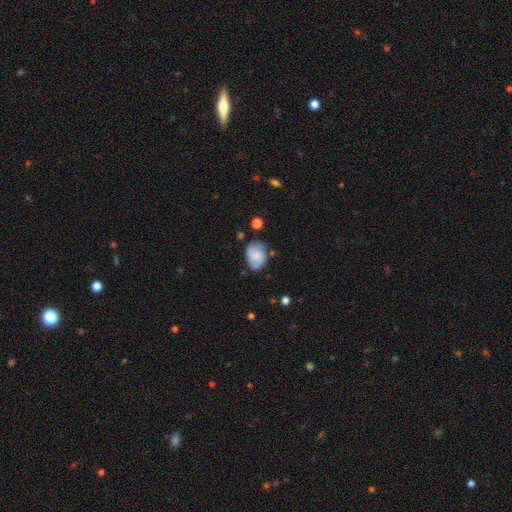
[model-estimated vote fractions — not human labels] Smooth or featured: smooth — 60% (featured or disk — 32%)
How rounded: in between — 67% (round — 32%)
Merging: none — 60% (minor disturbance — 28%)